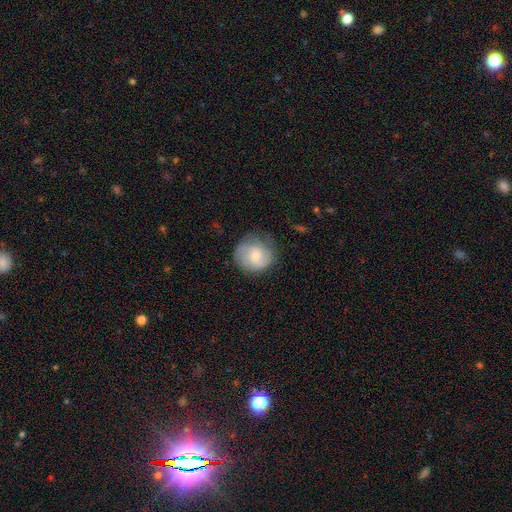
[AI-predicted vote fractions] Morphology: type=smooth (48%); merging=none (70%).